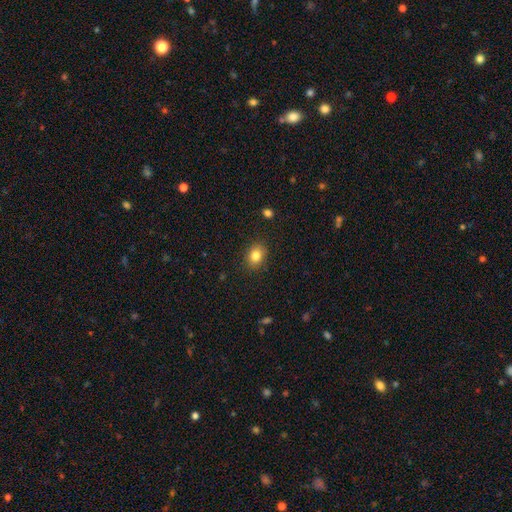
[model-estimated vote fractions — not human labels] This is clearly a smooth galaxy (83%). How rounded: possibly in between (58%). Merging: clearly none (88%).